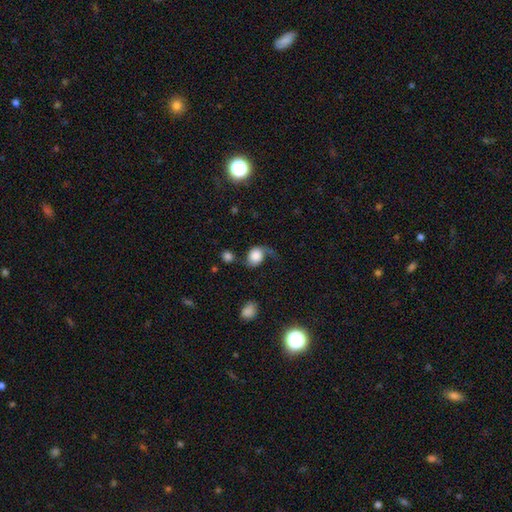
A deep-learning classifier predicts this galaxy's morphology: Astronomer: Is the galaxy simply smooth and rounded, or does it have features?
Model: smooth — 68%.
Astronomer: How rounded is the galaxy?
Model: round — 57% (runner-up: in between, 41%).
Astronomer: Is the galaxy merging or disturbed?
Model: major disturbance — 36% (runner-up: none, 33%).